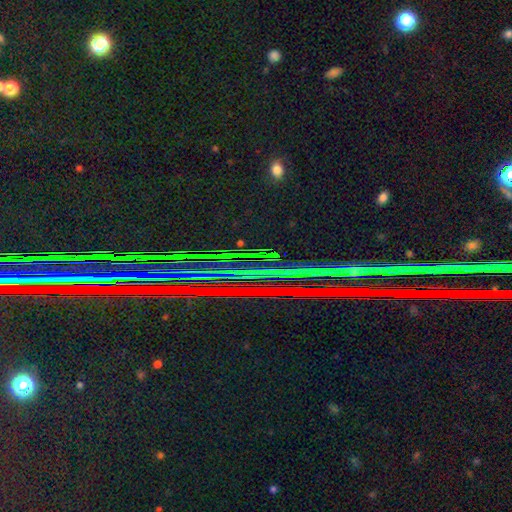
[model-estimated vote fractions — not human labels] The model was most divided on "smooth or featured": star or artifact: 78%, smooth: 12%, featured or disk: 10%.